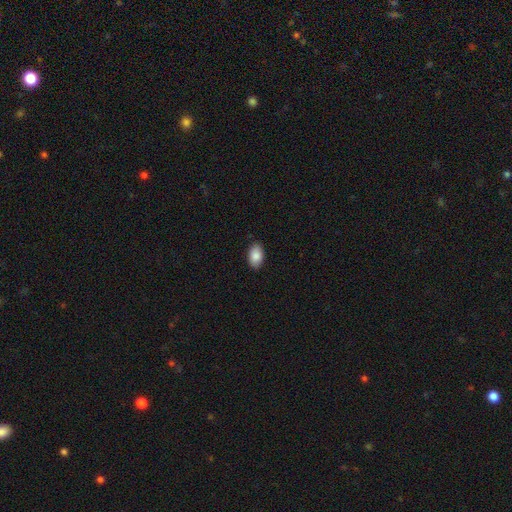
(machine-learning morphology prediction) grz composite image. It shows a smooth galaxy with no disk features (88%) that is in between round and cigar-shaped (92%). Merging: none (88%).